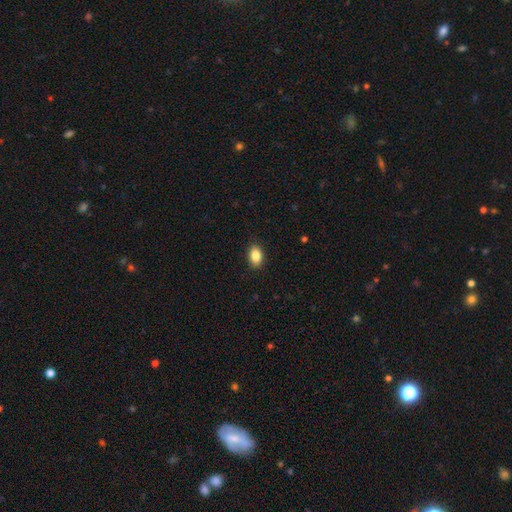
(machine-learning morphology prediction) This appears to be a smooth galaxy with no disk features (87%) that is in between round and cigar-shaped (88%). Merging: none (88%).